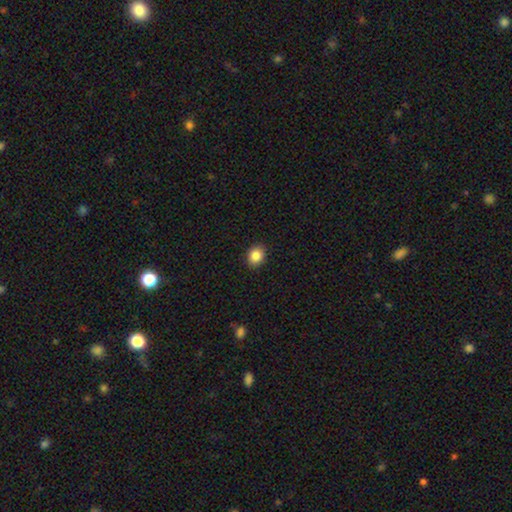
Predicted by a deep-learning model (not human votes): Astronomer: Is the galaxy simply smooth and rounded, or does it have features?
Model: smooth — 86%.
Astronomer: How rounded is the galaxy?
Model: round — 54% (runner-up: in between, 45%).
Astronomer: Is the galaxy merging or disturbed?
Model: none — 90%.